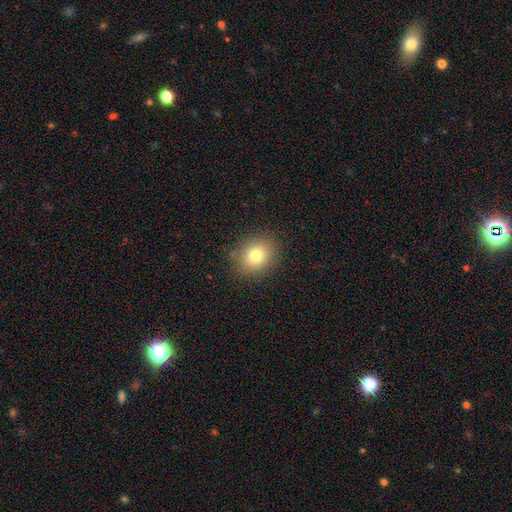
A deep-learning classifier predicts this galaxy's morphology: Smooth or featured? smooth (78%)
How rounded? round (62%)
Merging? none (85%)